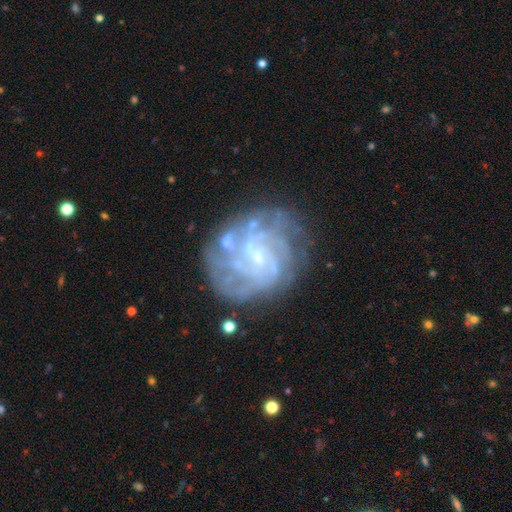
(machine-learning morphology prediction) smooth_or_featured: featured or disk (p=0.85) [alt: smooth p=0.08]
disk_edge_on: no (p=0.98) [alt: yes p=0.02]
bar: no (p=0.50) [alt: weak p=0.42]
has_spiral_arms: yes (p=0.94) [alt: no p=0.06]
spiral_winding: tight (p=0.63) [alt: medium p=0.29]
spiral_arm_count: can't tell (p=0.31) [alt: 4 p=0.25]
bulge_size: small (p=0.71) [alt: moderate p=0.16]
merging: none (p=0.70) [alt: minor disturbance p=0.17]